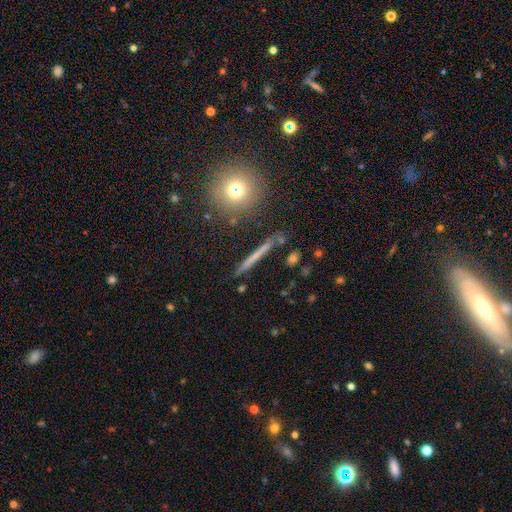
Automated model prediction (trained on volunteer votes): This appears to be a smooth galaxy with no disk features (46%). Merging: none (89%).